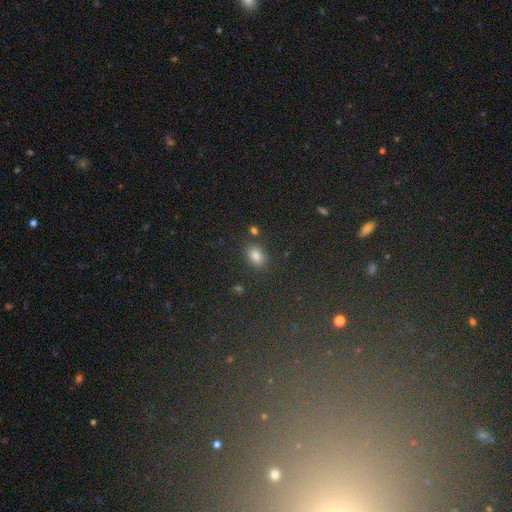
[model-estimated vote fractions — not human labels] Overall: smooth (81%). How rounded: in between (79%). Merging: none (79%).